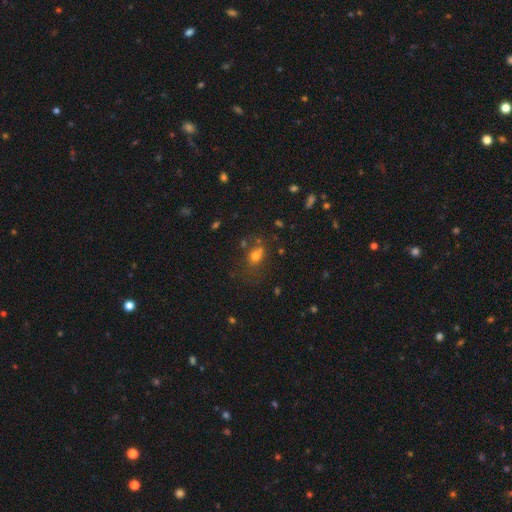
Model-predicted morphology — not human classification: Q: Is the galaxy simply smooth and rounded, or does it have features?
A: smooth — 70%.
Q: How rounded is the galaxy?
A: round — 57%.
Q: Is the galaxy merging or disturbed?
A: none — 55%.